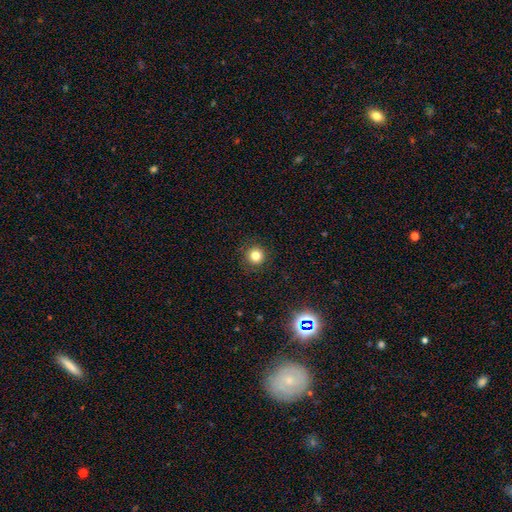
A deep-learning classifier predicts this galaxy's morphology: smooth_or_featured: smooth (p=0.80) [alt: star or artifact p=0.14]
how_rounded: round (p=0.95) [alt: in between p=0.04]
merging: none (p=0.91) [alt: minor disturbance p=0.06]